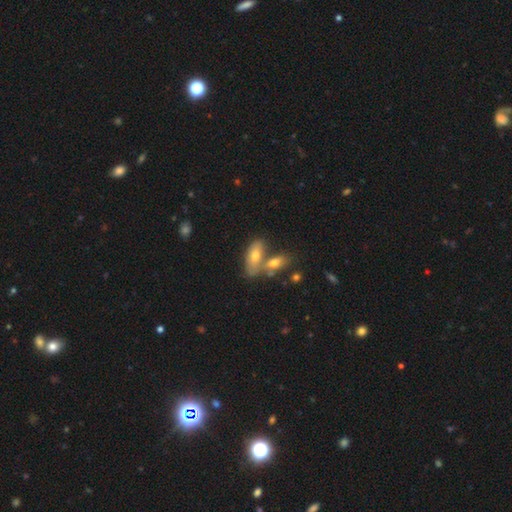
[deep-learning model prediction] smooth_or_featured: smooth (p=0.67) [alt: featured or disk p=0.26]
how_rounded: in between (p=0.83) [alt: cigar-shaped p=0.13]
merging: merger (p=0.46) [alt: none p=0.40]